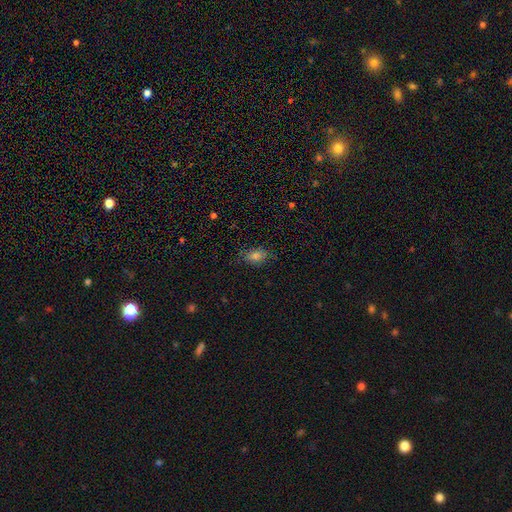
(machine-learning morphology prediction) Smooth or featured?
  - smooth: 66% *
  - star or artifact: 20%
  - featured or disk: 14%
How rounded?
  - in between: 80% *
  - round: 17%
  - cigar-shaped: 4%
Merging?
  - none: 76% *
  - minor disturbance: 17%
  - major disturbance: 5%
  - merger: 1%